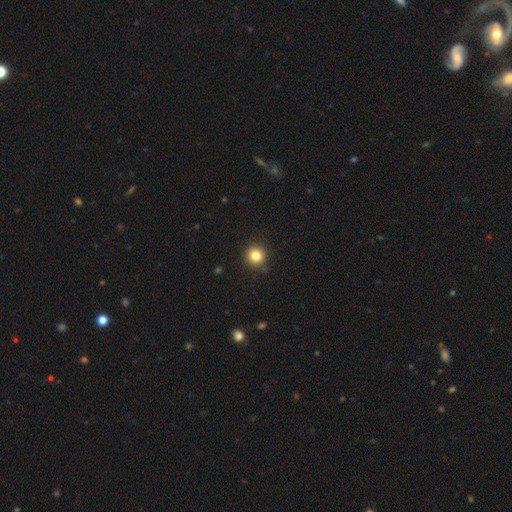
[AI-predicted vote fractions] Smooth or featured: smooth — 83% (star or artifact — 12%)
How rounded: round — 94% (in between — 5%)
Merging: none — 91% (minor disturbance — 6%)